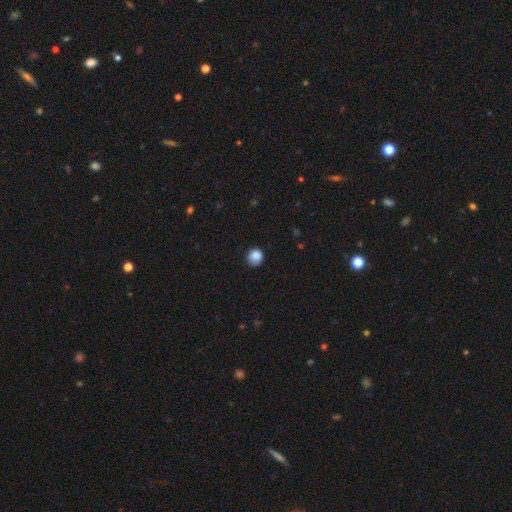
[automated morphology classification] Smooth or featured? Predicted: smooth (p=0.87). How rounded? Predicted: round (p=0.88). Merging? Predicted: none (p=0.79).